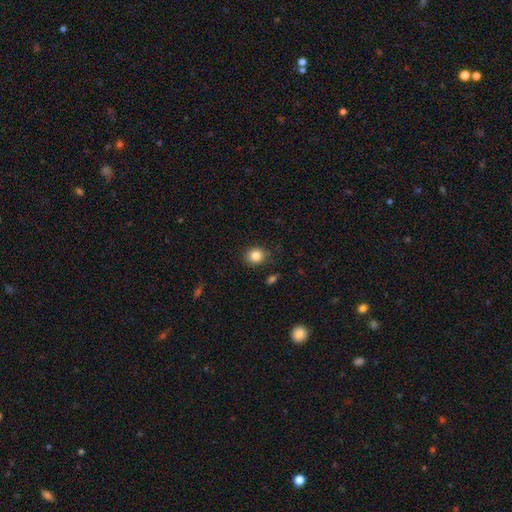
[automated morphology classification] smooth_or_featured: smooth (p=0.84) [alt: star or artifact p=0.11]
how_rounded: round (p=0.81) [alt: in between p=0.18]
merging: none (p=0.83) [alt: minor disturbance p=0.12]